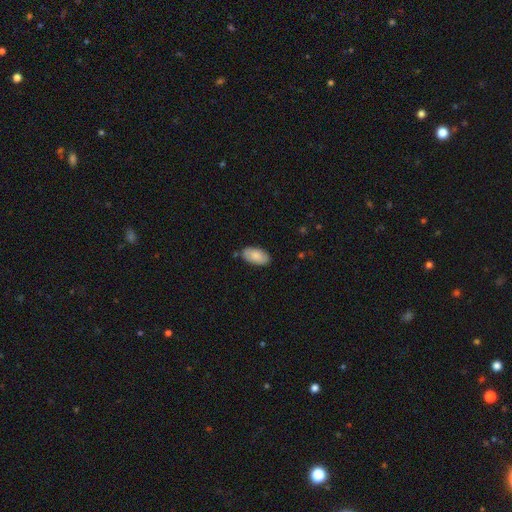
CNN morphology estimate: Overall: smooth (83%). How rounded: in between (95%). Merging: none (81%).